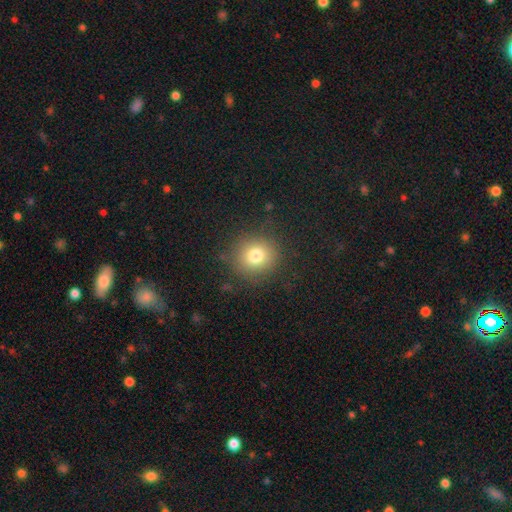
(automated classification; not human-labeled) The model was most divided on "smooth or featured": smooth: 77%, star or artifact: 13%, featured or disk: 9%. More confident: how rounded — round (90%); merging — none (85%).